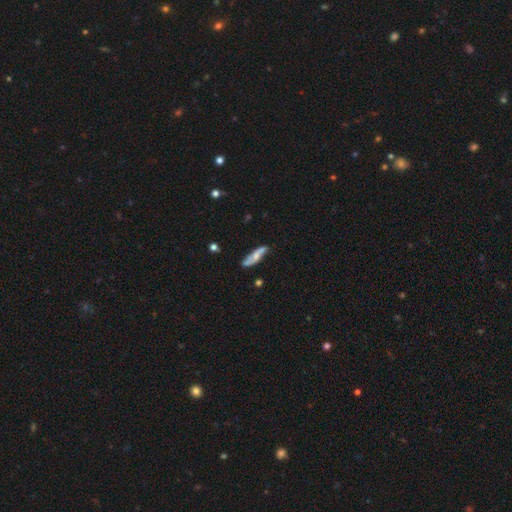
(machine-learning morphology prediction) Smooth or featured? featured or disk (52%)
Edge-on disk? no (66%)
Merging? none (67%)